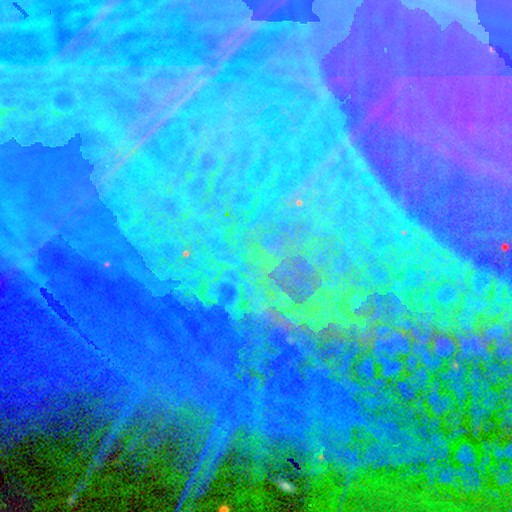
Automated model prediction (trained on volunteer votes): smooth_or_featured: star or artifact (p=0.81) [alt: featured or disk p=0.11]